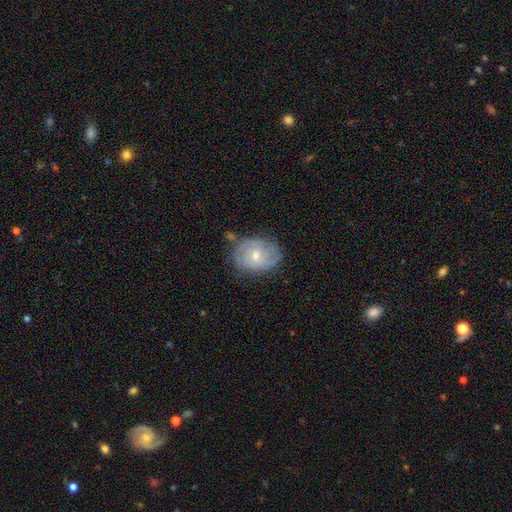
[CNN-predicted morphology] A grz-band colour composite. It shows a featured or disk galaxy (71%) with no bar (70%), can't tell (35%, tied with 2) tight (61%) spiral arms (87%) and a moderate central bulge (51%). Merging: none (70%).